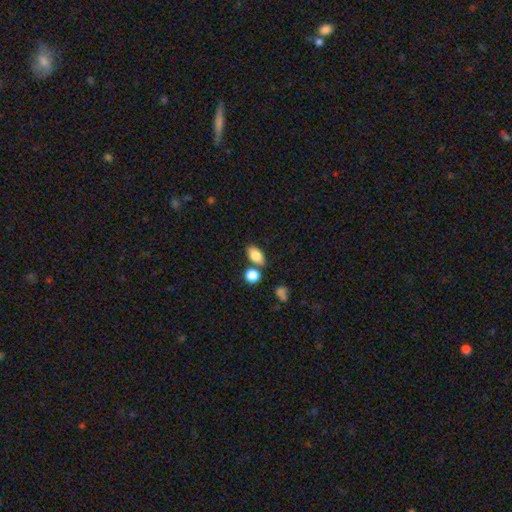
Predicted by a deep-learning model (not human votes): smooth 83%, featured or disk 9%, star or artifact 9%. Down the decision tree: how rounded — in between (86%); merging — none (69%).